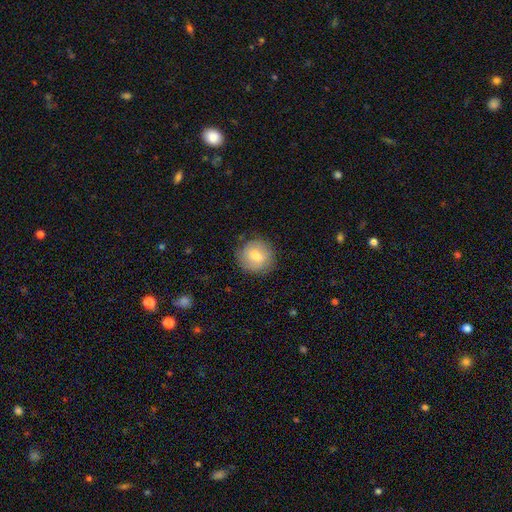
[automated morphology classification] This appears to be a smooth galaxy with no disk features (72%) that is round (89%). Merging: none (85%).